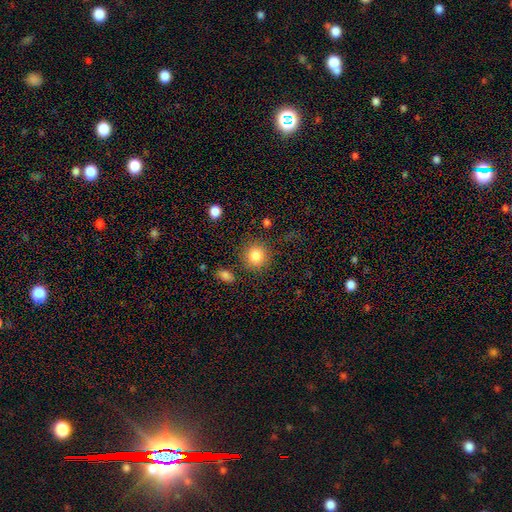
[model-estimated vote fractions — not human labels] Smooth or featured?
  - smooth: 84% *
  - star or artifact: 10%
  - featured or disk: 6%
How rounded?
  - round: 90% *
  - in between: 9%
  - cigar-shaped: 1%
Merging?
  - none: 85% *
  - minor disturbance: 9%
  - major disturbance: 3%
  - merger: 3%